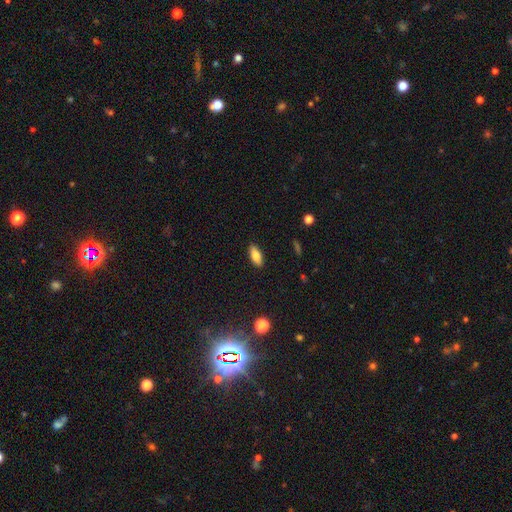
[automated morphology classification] smooth 80%, featured or disk 13%, star or artifact 7%. Down the decision tree: how rounded — in between (83%); merging — none (89%).